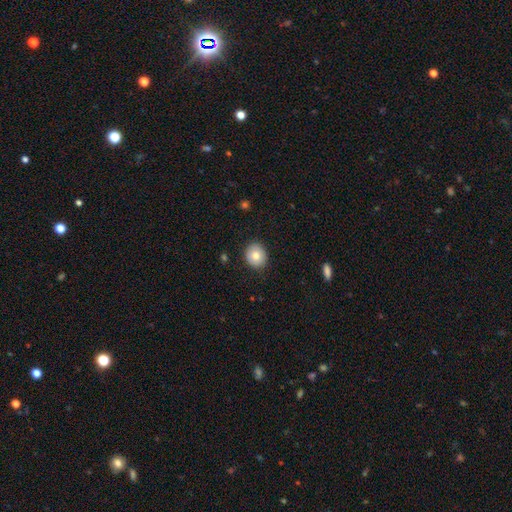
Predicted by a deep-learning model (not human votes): This appears to be a smooth galaxy with no disk features (79%) that is round (73%). Merging: none (89%).